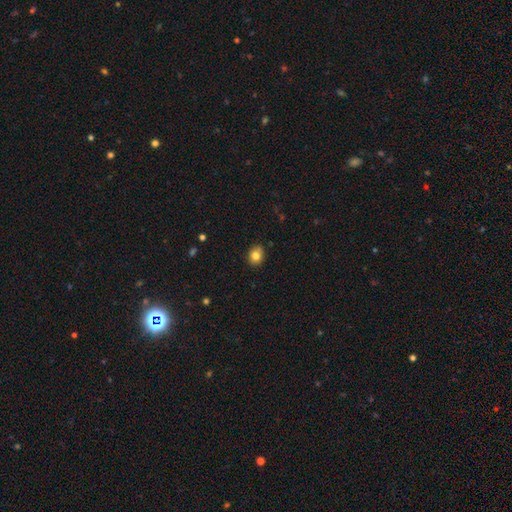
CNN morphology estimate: The model was most divided on "how rounded": round: 58%, in between: 41%, cigar-shaped: 1%. More confident: merging — none (82%); smooth or featured — smooth (81%).